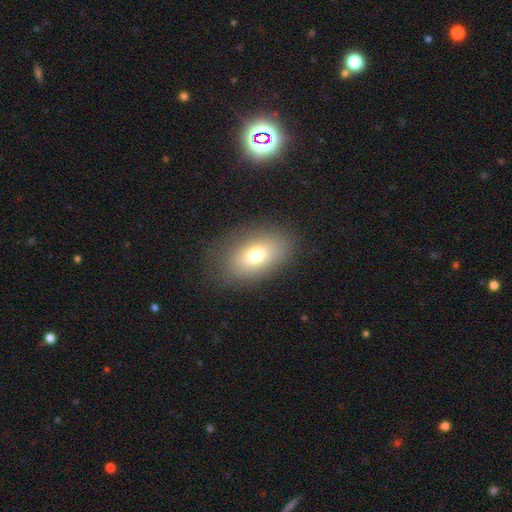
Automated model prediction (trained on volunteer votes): A smooth galaxy with no disk features (73%) that is in between round and cigar-shaped (85%).

Vote fractions:
- Smooth or featured? smooth: 73% / featured or disk: 16% / star or artifact: 11%
- How rounded? in between: 85% / round: 13% / cigar-shaped: 2%
- Merging? none: 81% / minor disturbance: 12% / major disturbance: 5% / merger: 1%